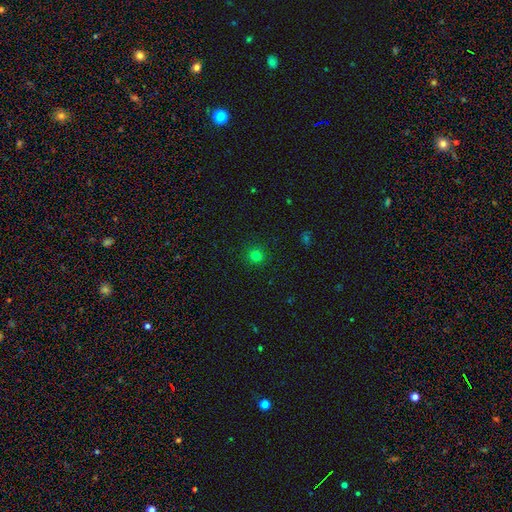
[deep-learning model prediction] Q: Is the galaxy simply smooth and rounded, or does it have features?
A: smooth — 77%.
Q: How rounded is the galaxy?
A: round — 94%.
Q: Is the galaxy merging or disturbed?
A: none — 91%.